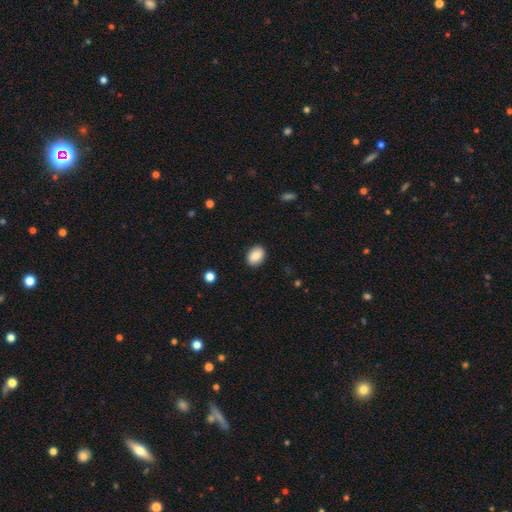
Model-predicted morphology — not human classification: type=smooth (86%); roundness=in between (72%); merging=none (88%).